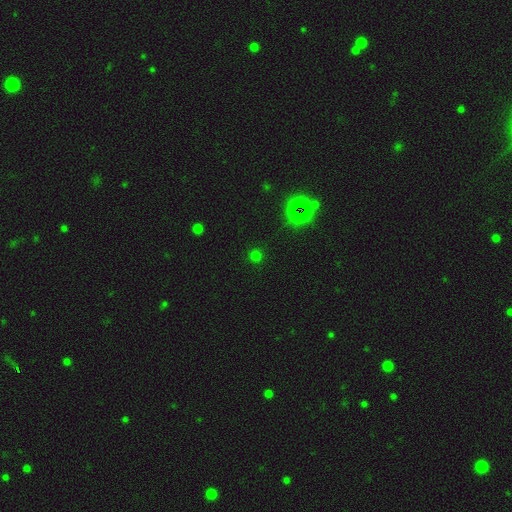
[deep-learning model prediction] A smooth galaxy with no disk features (63%) that is round (93%). Merging: none (89%).